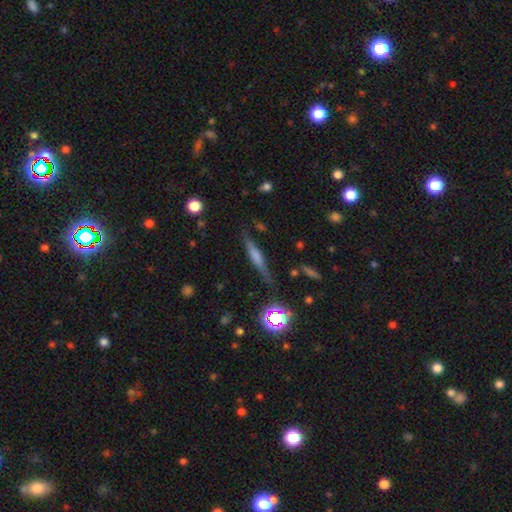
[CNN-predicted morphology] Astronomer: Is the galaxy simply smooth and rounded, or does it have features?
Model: featured or disk — 45% (runner-up: smooth, 42%).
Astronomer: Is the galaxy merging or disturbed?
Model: none — 80%.